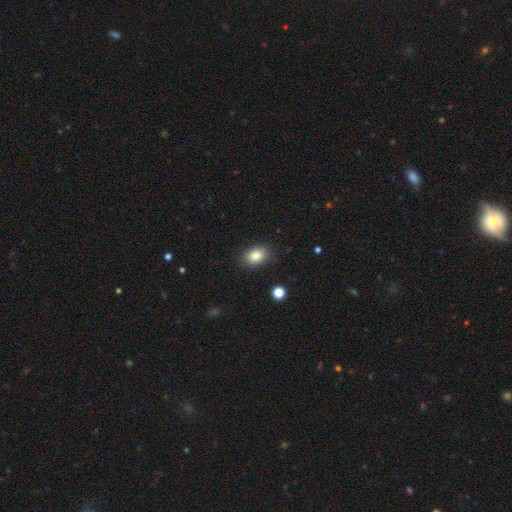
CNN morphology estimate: A smooth galaxy with no disk features (85%) that is in between round and cigar-shaped (76%).

Vote fractions:
- Smooth or featured? smooth: 85% / star or artifact: 9% / featured or disk: 6%
- How rounded? in between: 76% / round: 22% / cigar-shaped: 1%
- Merging? none: 85% / minor disturbance: 11% / major disturbance: 3% / merger: 1%